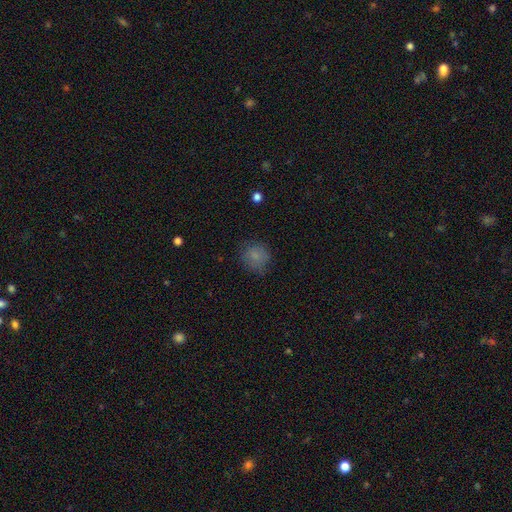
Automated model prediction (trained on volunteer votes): Q: Smooth or featured?
A: smooth (81%); runner-up: star or artifact (11%)
Q: How rounded?
A: round (86%); runner-up: in between (13%)
Q: Merging?
A: none (74%); runner-up: minor disturbance (18%)